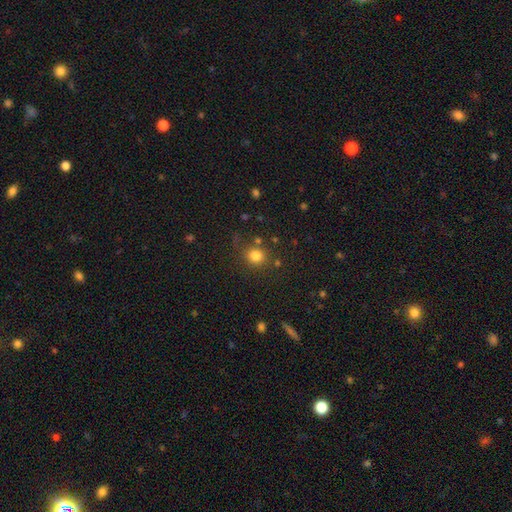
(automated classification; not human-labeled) This appears to be a smooth galaxy with no disk features (80%) that is round (85%). Merging: none (76%).